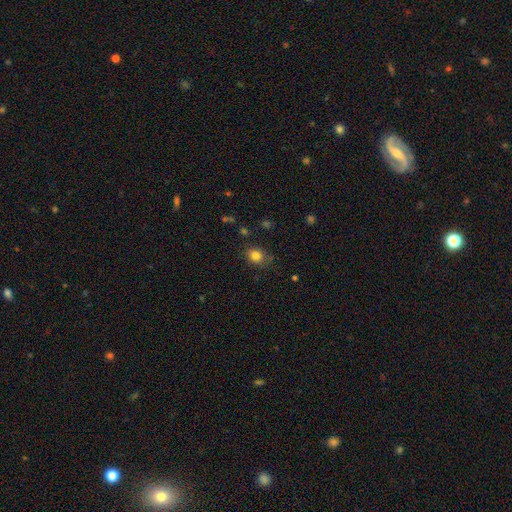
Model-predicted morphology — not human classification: smooth_or_featured: smooth (p=0.82) [alt: star or artifact p=0.12]
how_rounded: round (p=0.63) [alt: in between p=0.36]
merging: none (p=0.79) [alt: minor disturbance p=0.16]